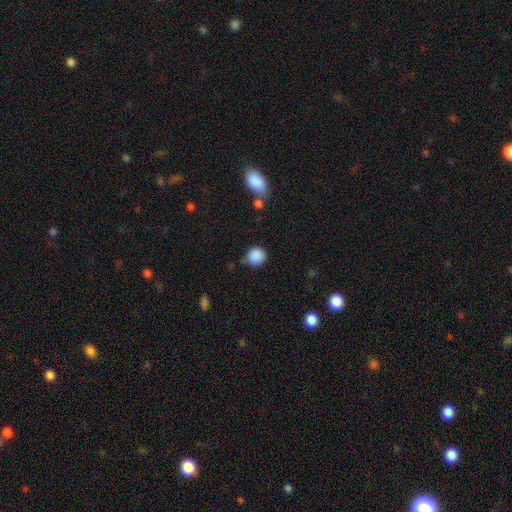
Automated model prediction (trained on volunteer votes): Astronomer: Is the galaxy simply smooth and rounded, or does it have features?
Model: smooth — 88%.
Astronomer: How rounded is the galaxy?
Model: round — 87%.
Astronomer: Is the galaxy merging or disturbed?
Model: none — 75%.